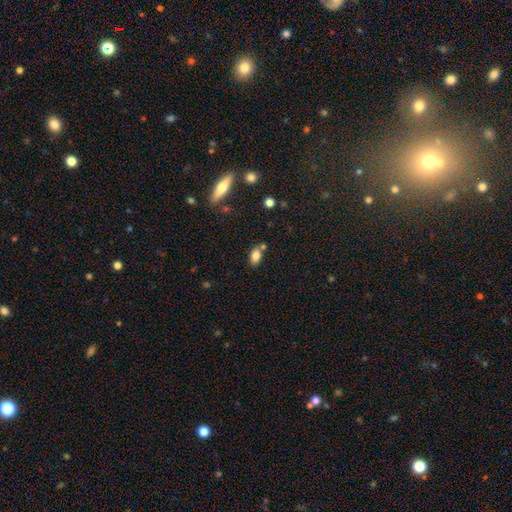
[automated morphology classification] Smooth or featured?
  - smooth: 83% *
  - star or artifact: 9%
  - featured or disk: 8%
How rounded?
  - in between: 89% *
  - round: 8%
  - cigar-shaped: 3%
Merging?
  - none: 67% *
  - merger: 15%
  - minor disturbance: 14%
  - major disturbance: 4%